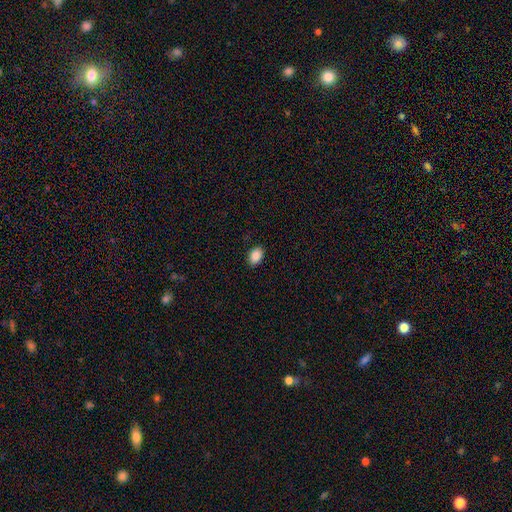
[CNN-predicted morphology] Smooth or featured? smooth (88%)
How rounded? in between (84%)
Merging? none (89%)